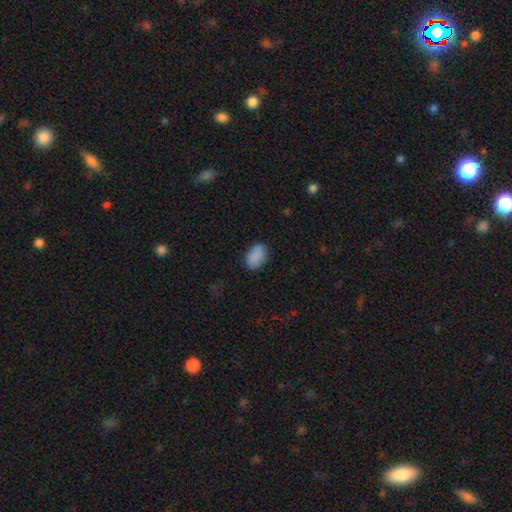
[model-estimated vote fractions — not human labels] Smooth or featured?
  - smooth: 88% *
  - star or artifact: 8%
  - featured or disk: 4%
How rounded?
  - in between: 87% *
  - round: 12%
  - cigar-shaped: 1%
Merging?
  - none: 84% *
  - minor disturbance: 12%
  - major disturbance: 3%
  - merger: 1%